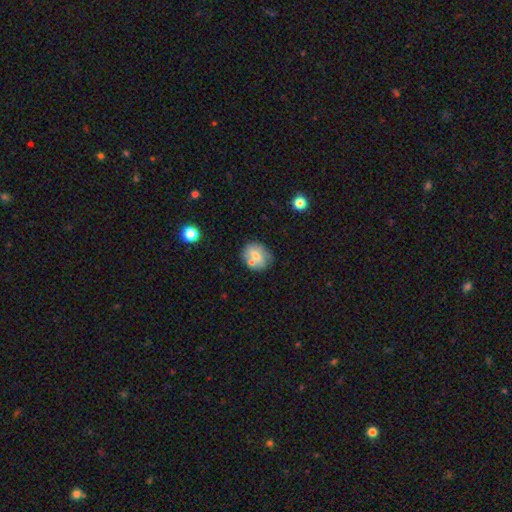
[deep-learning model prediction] A smooth galaxy with no disk features (60%) that is round (57%). Merging: none (59%).